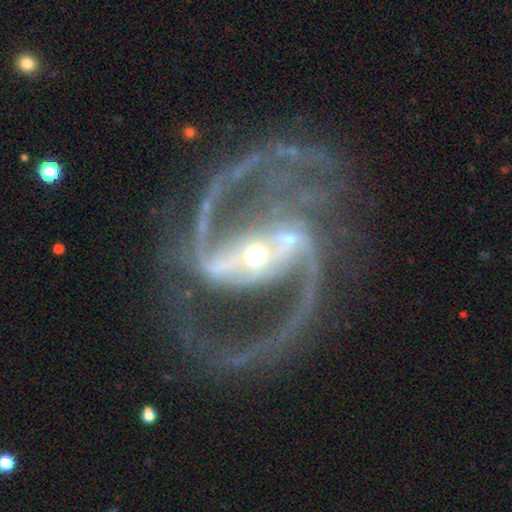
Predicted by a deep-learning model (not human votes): Smooth or featured? featured or disk (93%)
Edge-on disk? no (98%)
Bar? strong (62%)
Spiral arms? yes (99%)
Spiral winding? medium (62%)
Spiral arm count? 2 (84%)
Bulge size? small (58%)
Merging? none (62%)